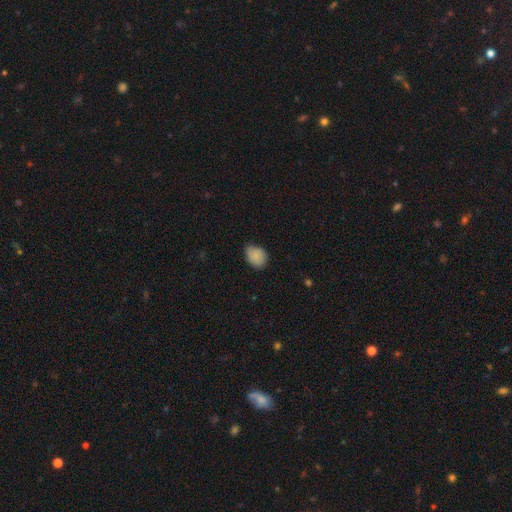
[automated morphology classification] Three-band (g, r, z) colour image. It shows a smooth galaxy with no disk features (85%) that is in between round and cigar-shaped (60%). Merging: none (60%).